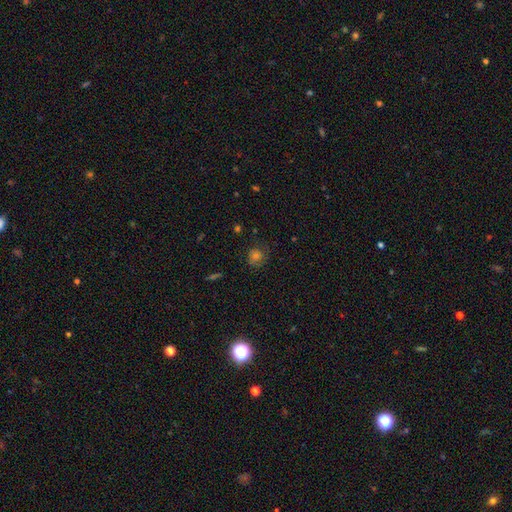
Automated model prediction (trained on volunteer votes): Smooth or featured? Predicted: smooth (p=0.53). How rounded? Predicted: round (p=0.80). Merging? Predicted: none (p=0.72).